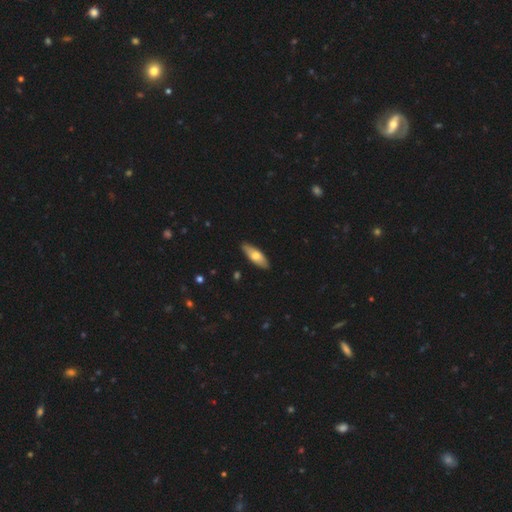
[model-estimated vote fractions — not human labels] This appears to be a smooth galaxy with no disk features (64%) that is in between round and cigar-shaped (65%). Merging: none (87%).